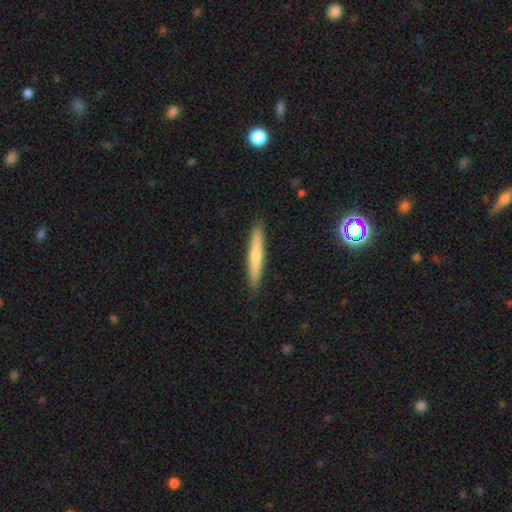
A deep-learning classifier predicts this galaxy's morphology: Smooth or featured? Predicted: smooth (p=0.59). How rounded? Predicted: cigar-shaped (p=0.95). Merging? Predicted: none (p=0.91).